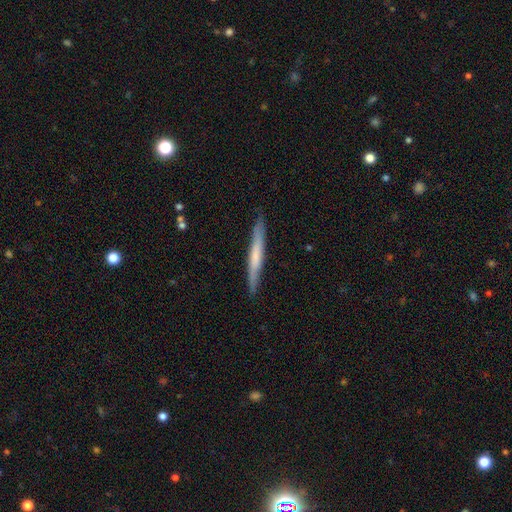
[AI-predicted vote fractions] A smooth galaxy with no disk features (49%). Merging: none (89%).